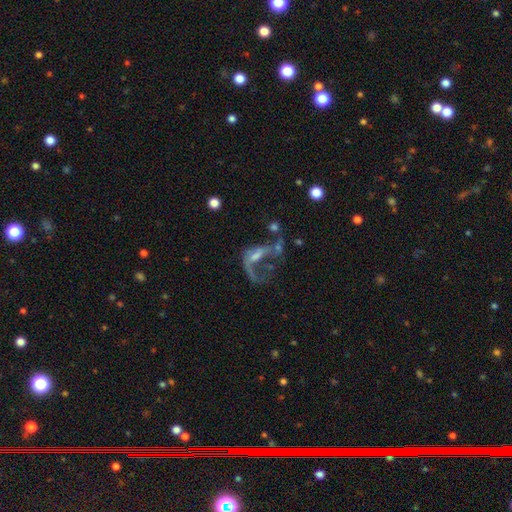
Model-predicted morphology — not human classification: This is likely a featured or disk galaxy (66%). It is clearly not viewed edge-on (95%). Bar: possibly no (59%). Spiral arm pattern: possibly yes (53%). Central bulge: marginally small (38%). Merging: possibly major disturbance (49%).